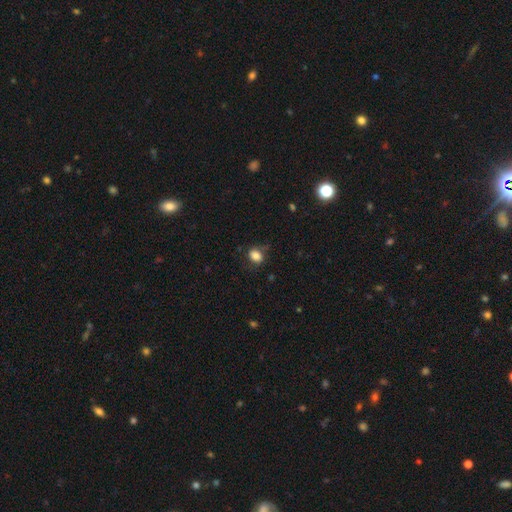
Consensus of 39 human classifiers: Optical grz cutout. It shows a smooth galaxy with no disk features (85%) that is in between round and cigar-shaped (67%). Merging: none (57%).